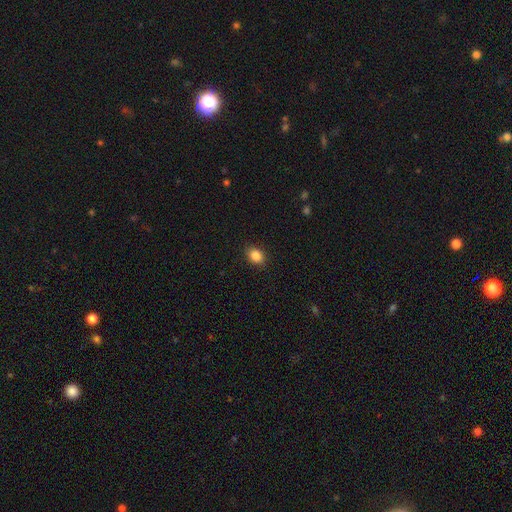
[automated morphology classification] This is clearly a smooth galaxy (87%). How rounded: likely in between (63%). Merging: clearly none (89%).